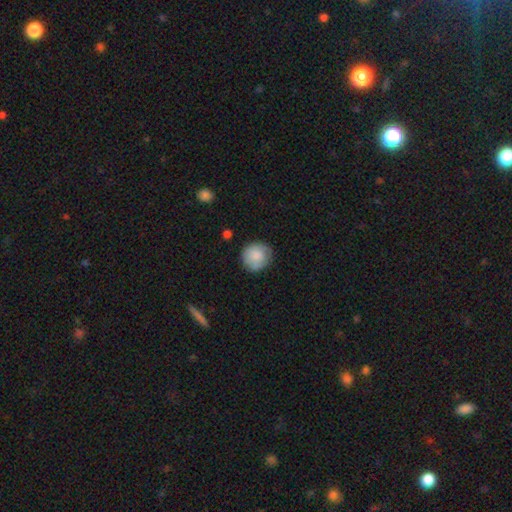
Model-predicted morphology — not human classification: Smooth or featured?
  - smooth: 79% *
  - featured or disk: 14%
  - star or artifact: 7%
How rounded?
  - round: 90% *
  - in between: 9%
  - cigar-shaped: 1%
Merging?
  - none: 75% *
  - minor disturbance: 19%
  - major disturbance: 5%
  - merger: 2%